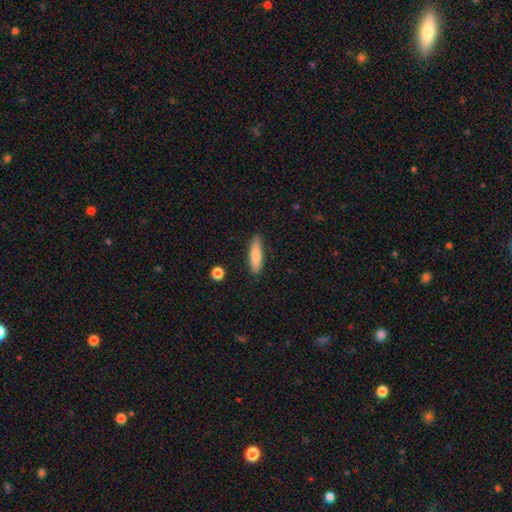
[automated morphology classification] type=smooth (79%); roundness=cigar-shaped (71%); merging=none (84%).